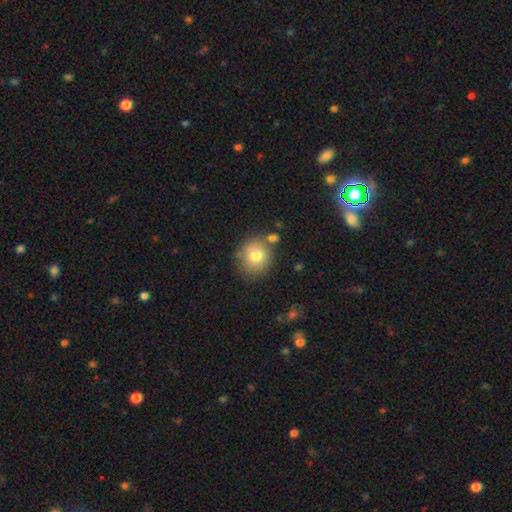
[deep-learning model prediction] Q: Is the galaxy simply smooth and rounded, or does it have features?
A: smooth — 77%.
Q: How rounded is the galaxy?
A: round — 84%.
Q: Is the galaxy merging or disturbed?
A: none — 72%.